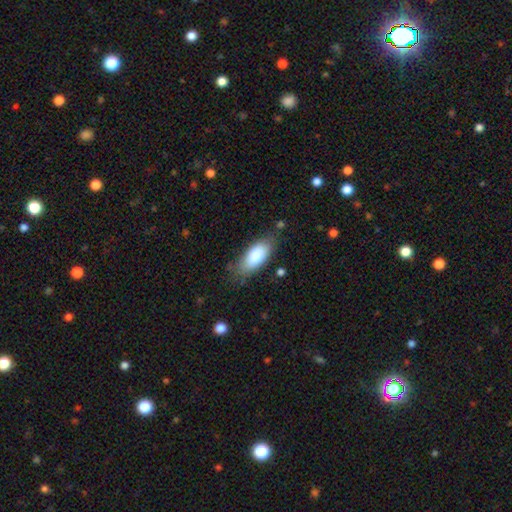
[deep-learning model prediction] Q: Smooth or featured?
A: smooth (84%); runner-up: featured or disk (10%)
Q: How rounded?
A: in between (86%); runner-up: cigar-shaped (12%)
Q: Merging?
A: none (69%); runner-up: minor disturbance (22%)